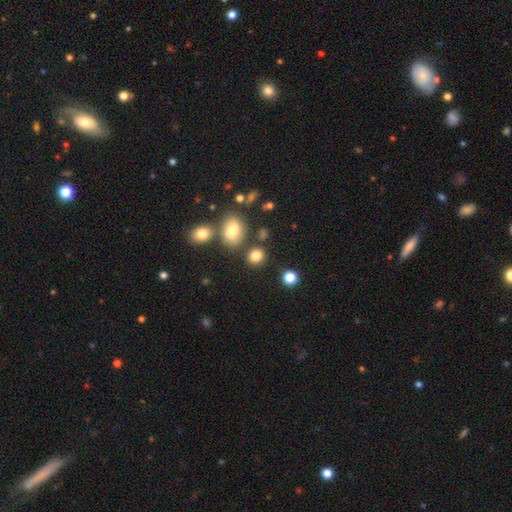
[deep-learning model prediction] Smooth or featured? smooth (82%)
How rounded? round (65%)
Merging? none (76%)